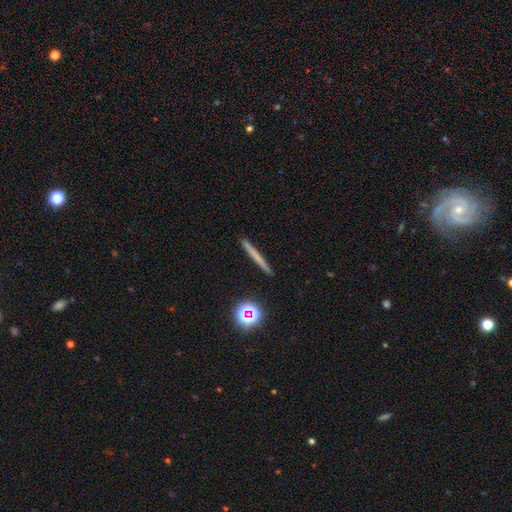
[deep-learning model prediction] smooth_or_featured: smooth (p=0.57) [alt: featured or disk p=0.33]
how_rounded: cigar-shaped (p=0.95) [alt: round p=0.03]
merging: none (p=0.92) [alt: minor disturbance p=0.06]